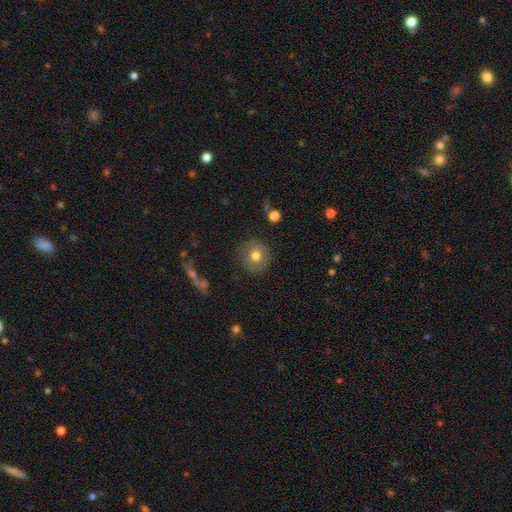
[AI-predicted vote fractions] smooth 70%, featured or disk 19%, star or artifact 10%. Down the decision tree: how rounded — round (90%); merging — none (83%).